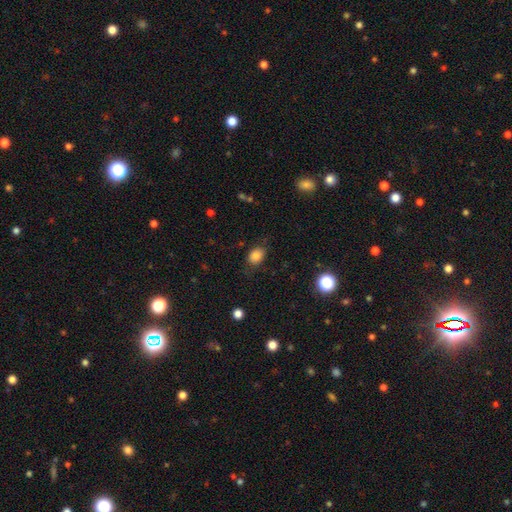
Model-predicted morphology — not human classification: Overall: smooth (83%). How rounded: in between (72%). Merging: none (75%).